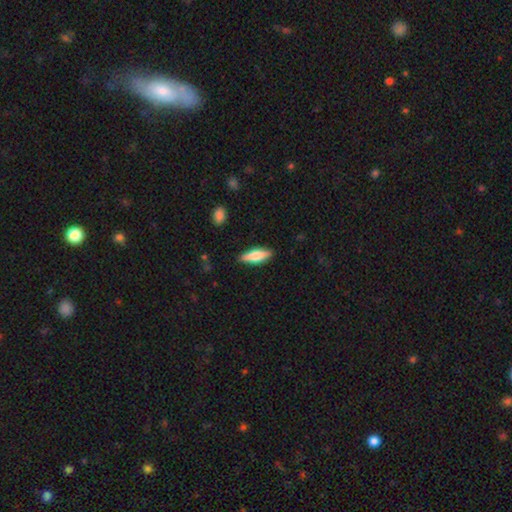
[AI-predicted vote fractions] Morphology: type=smooth (67%); roundness=in between (50%); merging=none (87%).